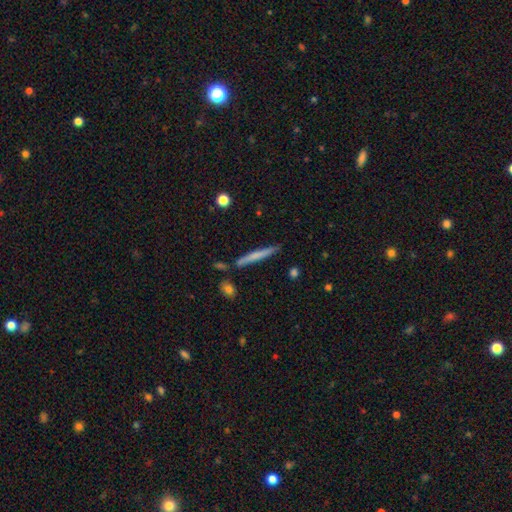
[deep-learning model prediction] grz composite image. It shows a smooth galaxy with no disk features (59%) that is cigar-shaped (96%). Merging: none (85%).